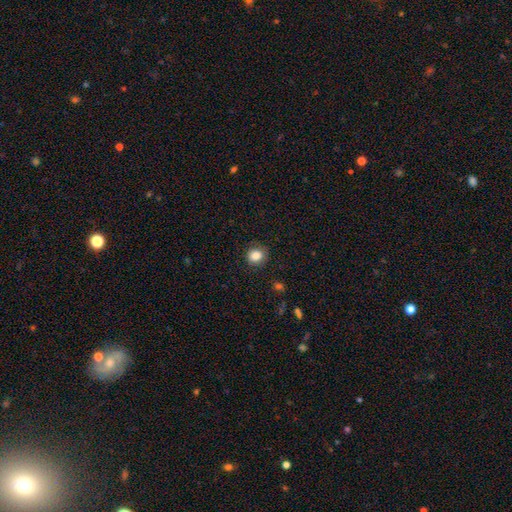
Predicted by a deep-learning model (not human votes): Smooth or featured? Predicted: smooth (p=0.85). How rounded? Predicted: round (p=0.67). Merging? Predicted: none (p=0.86).